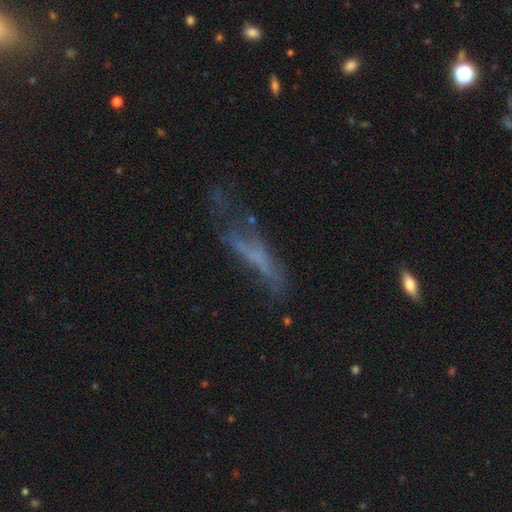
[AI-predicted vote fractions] Smooth or featured? Predicted: featured or disk (p=0.47). Merging? Predicted: none (p=0.38).